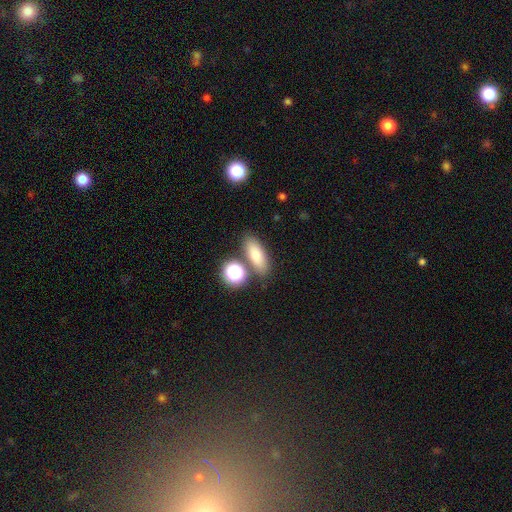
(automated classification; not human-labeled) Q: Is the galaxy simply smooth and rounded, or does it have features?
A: smooth — 74%.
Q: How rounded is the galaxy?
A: in between — 68%.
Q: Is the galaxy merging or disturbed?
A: none — 75%.